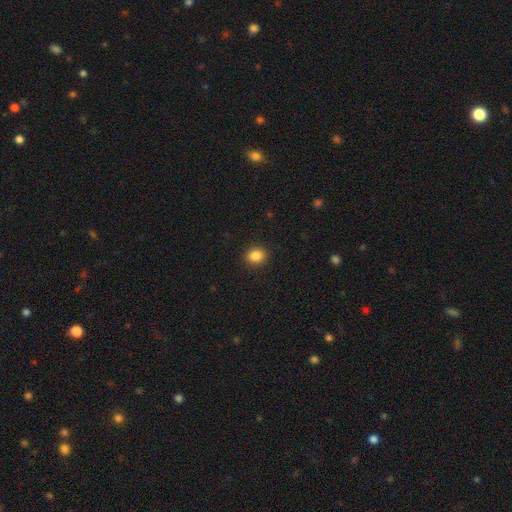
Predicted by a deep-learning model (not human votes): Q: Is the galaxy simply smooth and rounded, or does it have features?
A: smooth — 86%.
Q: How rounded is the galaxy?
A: round — 67%.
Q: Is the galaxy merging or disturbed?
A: none — 91%.